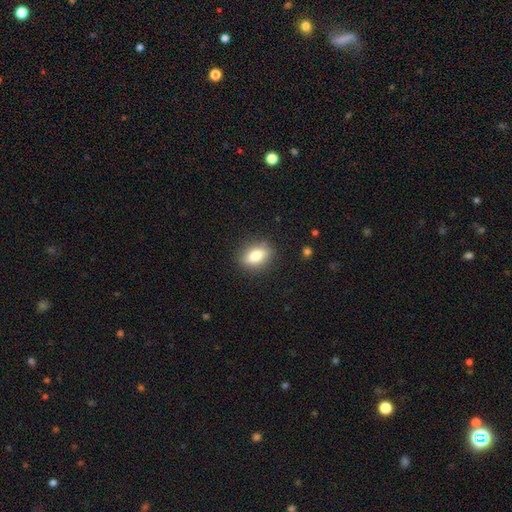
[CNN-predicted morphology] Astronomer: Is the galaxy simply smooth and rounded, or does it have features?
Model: smooth — 77%.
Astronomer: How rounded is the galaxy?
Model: in between — 75%.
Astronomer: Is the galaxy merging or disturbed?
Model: none — 87%.